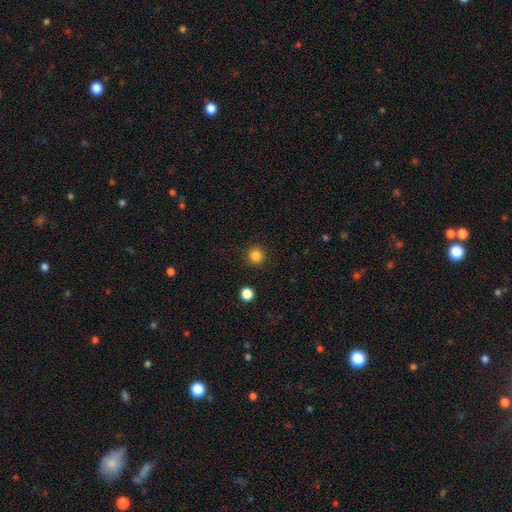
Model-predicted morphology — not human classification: A smooth galaxy with no disk features (83%) that is round (95%).

Vote fractions:
- Smooth or featured? smooth: 83% / star or artifact: 13% / featured or disk: 4%
- How rounded? round: 95% / in between: 4% / cigar-shaped: 1%
- Merging? none: 91% / minor disturbance: 5% / major disturbance: 2% / merger: 2%